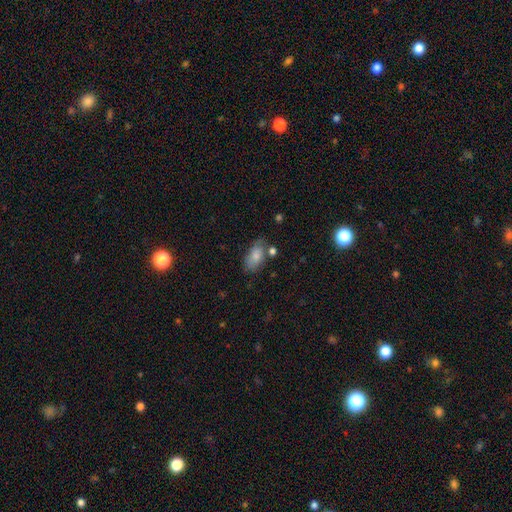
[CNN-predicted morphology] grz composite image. It shows a smooth galaxy with no disk features (78%) that is in between round and cigar-shaped (91%). Merging: none (58%).